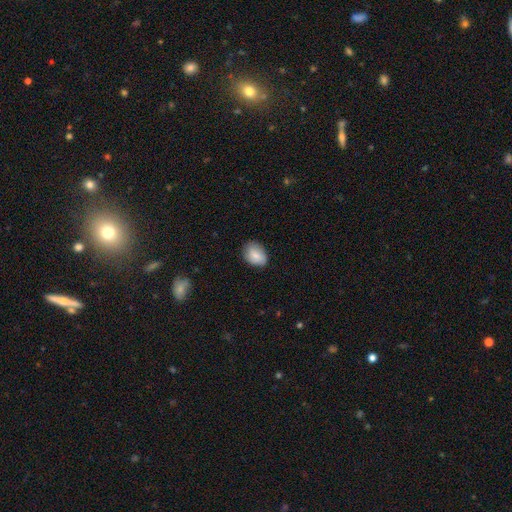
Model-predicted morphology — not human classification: Smooth or featured?
  - smooth: 82% *
  - featured or disk: 11%
  - star or artifact: 7%
How rounded?
  - in between: 76% *
  - round: 23%
  - cigar-shaped: 1%
Merging?
  - none: 78% *
  - minor disturbance: 18%
  - major disturbance: 3%
  - merger: 1%